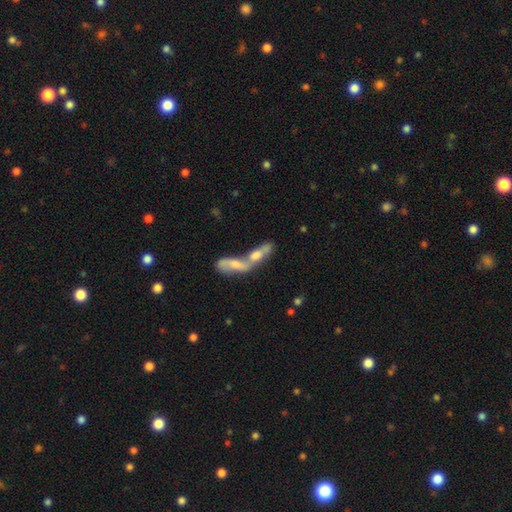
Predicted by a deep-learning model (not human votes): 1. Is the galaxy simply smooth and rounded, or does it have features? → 45% smooth, 44% featured or disk, 11% star or artifact.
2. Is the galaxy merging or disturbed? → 78% merger, 12% none, 5% major disturbance, 5% minor disturbance.